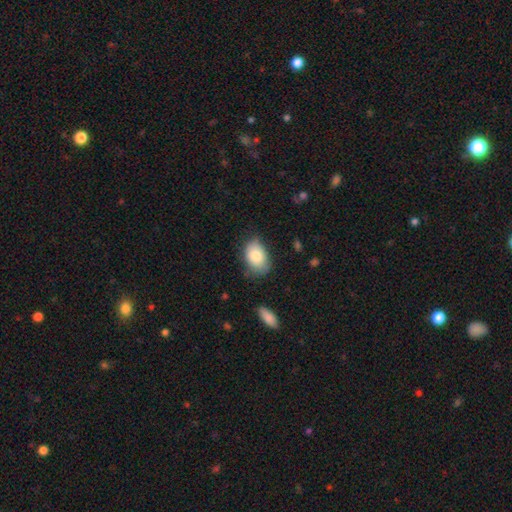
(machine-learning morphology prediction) Overall: smooth (80%). How rounded: in between (85%). Merging: none (66%; minor disturbance 26%).